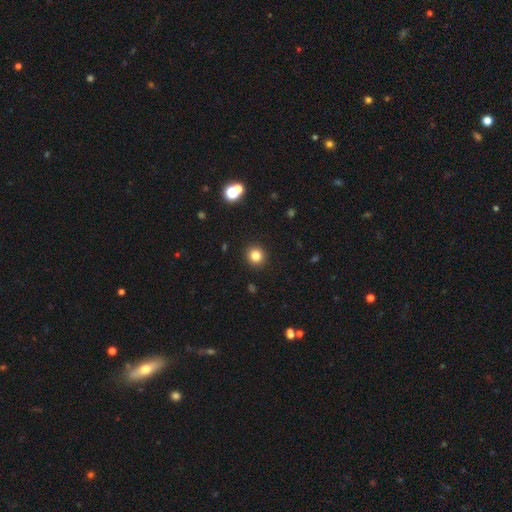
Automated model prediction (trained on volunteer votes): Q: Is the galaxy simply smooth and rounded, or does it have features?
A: smooth — 81%.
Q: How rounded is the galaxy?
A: round — 93%.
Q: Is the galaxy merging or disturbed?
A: none — 92%.